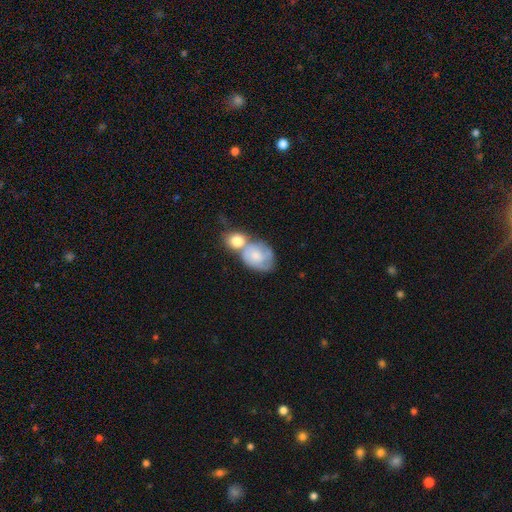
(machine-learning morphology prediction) Smooth or featured: smooth — 53% (featured or disk — 40%)
How rounded: in between — 60% (round — 39%)
Merging: merger — 55% (none — 23%)